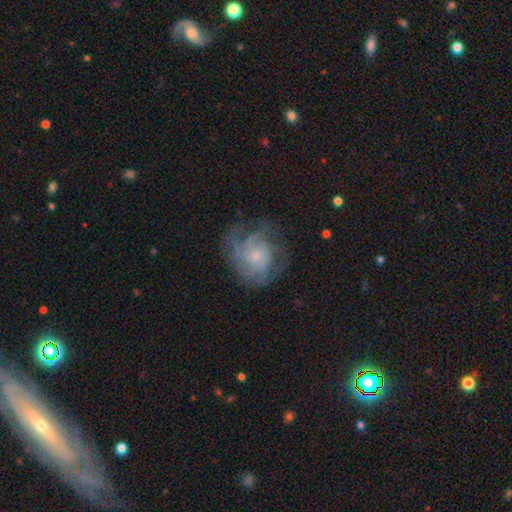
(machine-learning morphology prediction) featured or disk 70%, smooth 21%, star or artifact 8%. Down the decision tree: edge-on disk — no (98%); bar — no (79%); spiral arms — yes (87%); spiral arm count — can't tell (42%); spiral winding — tight (52%); bulge size — small (70%); merging — none (62%).